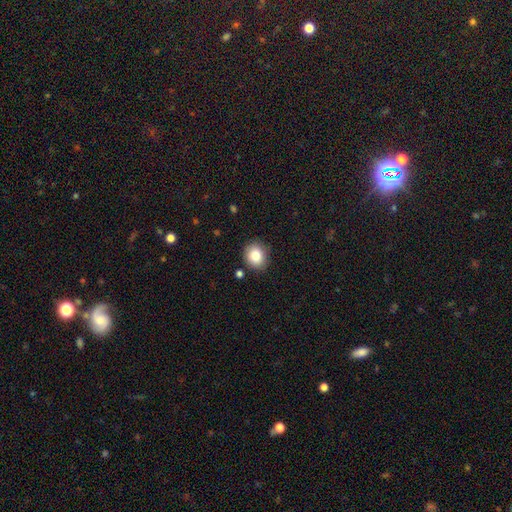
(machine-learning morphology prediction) Smooth or featured: smooth — 82% (star or artifact — 10%)
How rounded: round — 71% (in between — 28%)
Merging: none — 85% (minor disturbance — 10%)